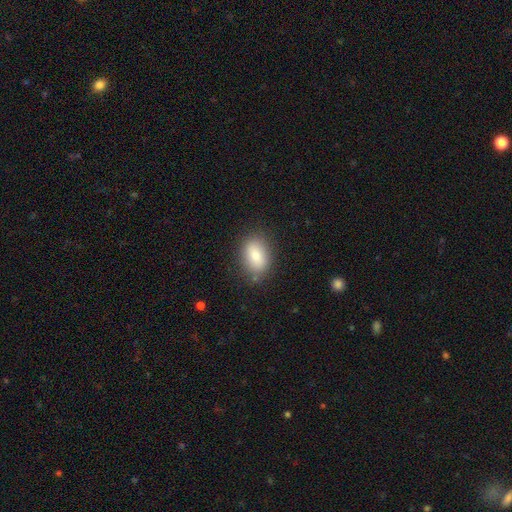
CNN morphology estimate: A smooth galaxy with no disk features (83%) that is in between round and cigar-shaped (86%). Merging: none (80%).